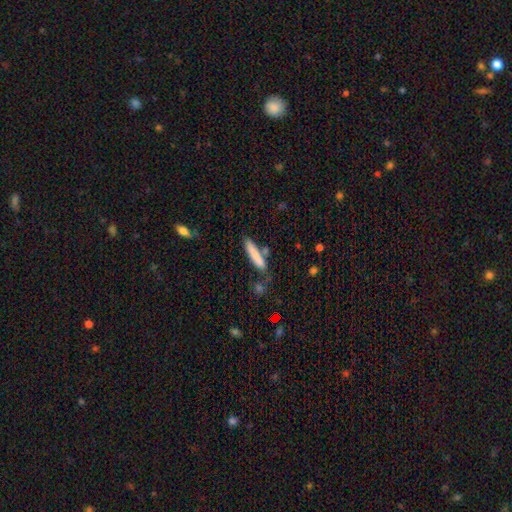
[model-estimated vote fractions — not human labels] Morphology: type=smooth (81%); roundness=cigar-shaped (85%); merging=none (70%).